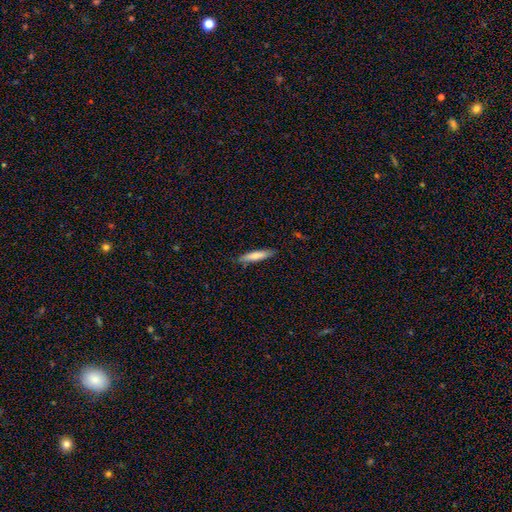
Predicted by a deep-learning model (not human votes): Smooth or featured?
  - smooth: 77% *
  - featured or disk: 18%
  - star or artifact: 6%
How rounded?
  - cigar-shaped: 83% *
  - in between: 15%
  - round: 1%
Merging?
  - none: 85% *
  - minor disturbance: 12%
  - major disturbance: 2%
  - merger: 1%